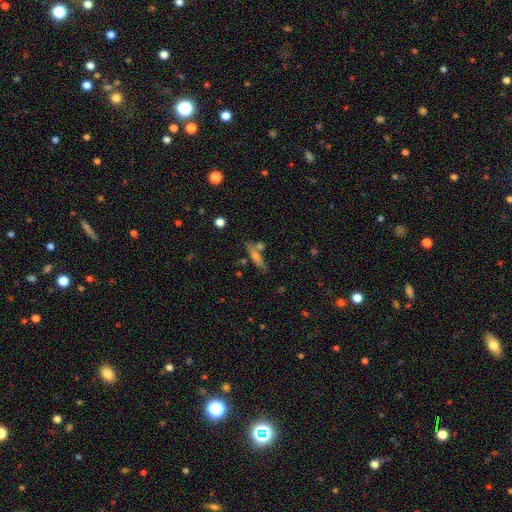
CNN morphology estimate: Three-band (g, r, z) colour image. It shows a featured or disk galaxy (39%). Merging: none (63%).